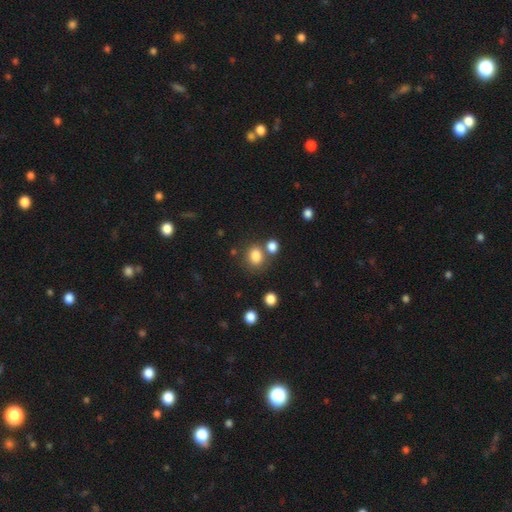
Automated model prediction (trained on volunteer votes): smooth 82%, star or artifact 12%, featured or disk 6%. Down the decision tree: how rounded — round (60%); merging — none (65%).